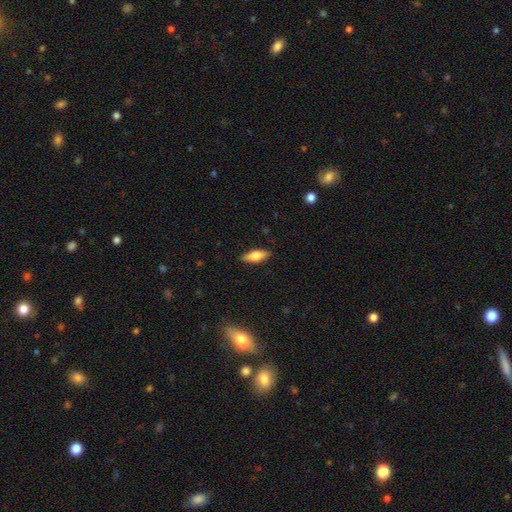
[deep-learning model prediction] smooth 66%, featured or disk 27%, star or artifact 7%. Down the decision tree: how rounded — in between (67%); merging — none (87%).